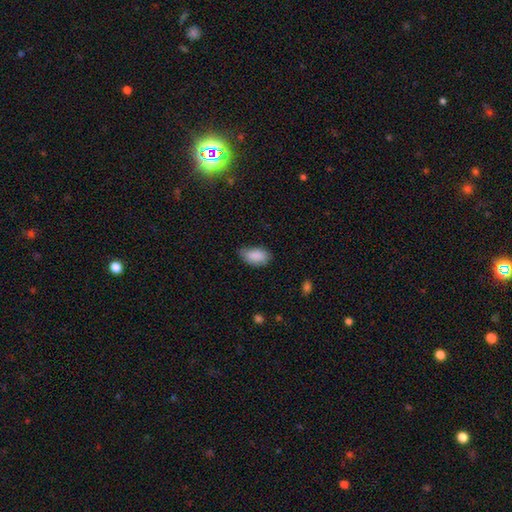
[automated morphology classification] Q: Smooth or featured?
A: smooth (88%); runner-up: star or artifact (7%)
Q: How rounded?
A: in between (93%); runner-up: round (5%)
Q: Merging?
A: none (63%); runner-up: minor disturbance (30%)